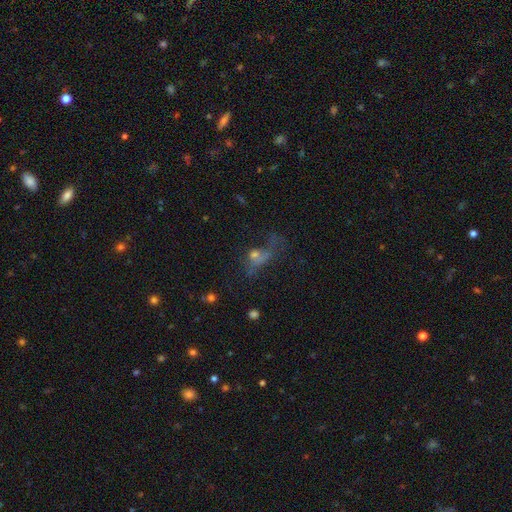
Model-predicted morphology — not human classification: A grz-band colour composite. It shows a smooth galaxy with no disk features (42%). Merging: major disturbance (42%).